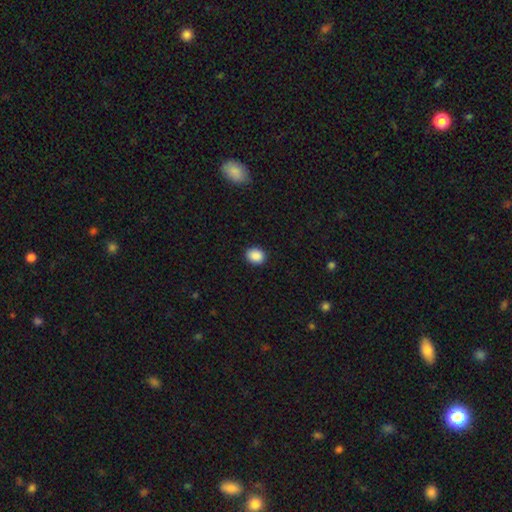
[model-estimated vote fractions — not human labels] smooth_or_featured: smooth (p=0.89) [alt: star or artifact p=0.08]
how_rounded: round (p=0.57) [alt: in between p=0.42]
merging: none (p=0.90) [alt: minor disturbance p=0.07]